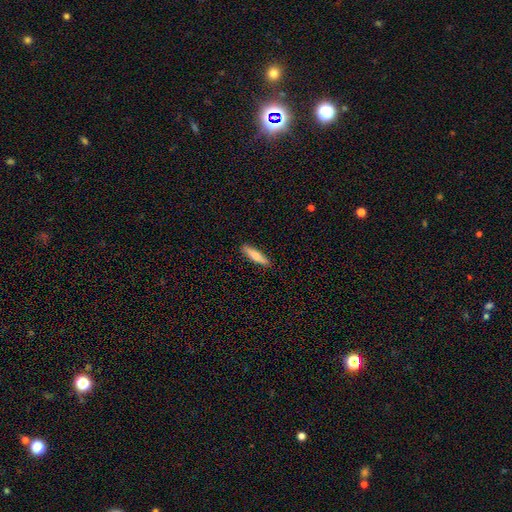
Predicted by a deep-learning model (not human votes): Smooth or featured?
  - smooth: 74% *
  - featured or disk: 20%
  - star or artifact: 6%
How rounded?
  - cigar-shaped: 81% *
  - in between: 17%
  - round: 1%
Merging?
  - none: 88% *
  - minor disturbance: 9%
  - major disturbance: 2%
  - merger: 1%